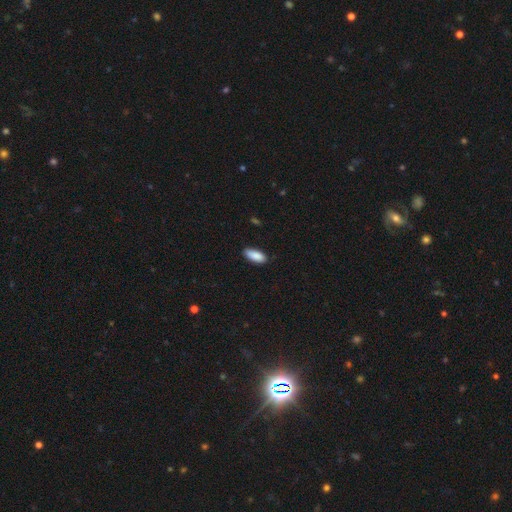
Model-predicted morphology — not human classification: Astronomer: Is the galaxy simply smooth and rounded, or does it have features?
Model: smooth — 90%.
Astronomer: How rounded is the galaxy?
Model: in between — 84%.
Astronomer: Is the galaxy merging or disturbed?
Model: none — 84%.